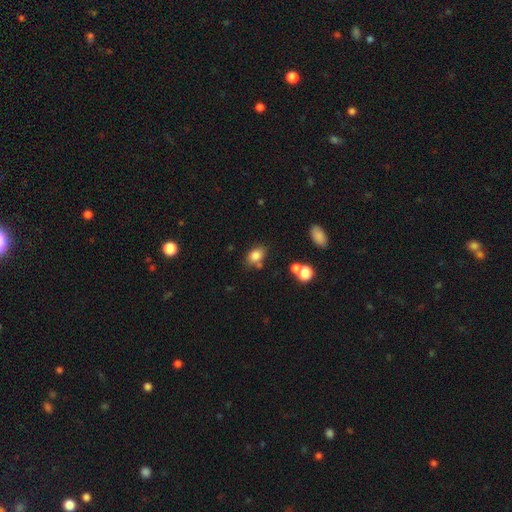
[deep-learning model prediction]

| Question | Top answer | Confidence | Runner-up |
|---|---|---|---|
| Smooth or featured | smooth | 82% | star or artifact (11%) |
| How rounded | in between | 73% | round (26%) |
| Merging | none | 67% | minor disturbance (16%) |